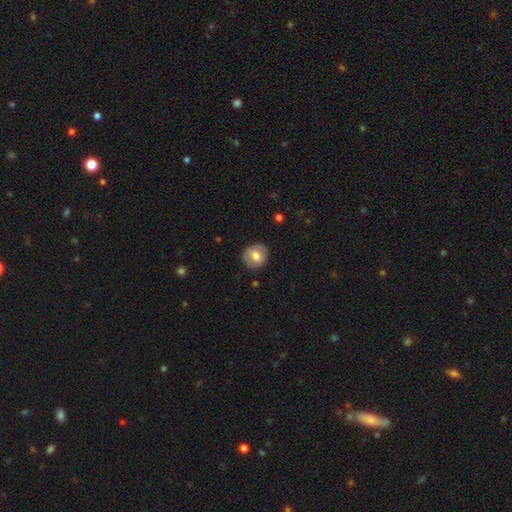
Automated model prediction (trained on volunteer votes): The model was most divided on "smooth or featured": smooth: 61%, featured or disk: 32%, star or artifact: 7%. More confident: merging — none (82%); how rounded — round (75%).